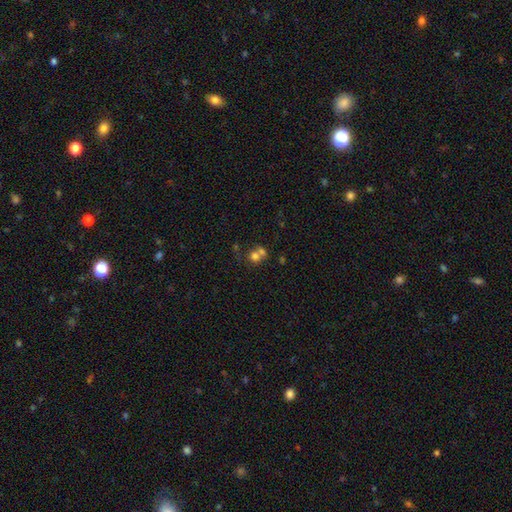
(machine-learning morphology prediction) A smooth galaxy with no disk features (70%) that is round (78%). Merging: merger (58%).